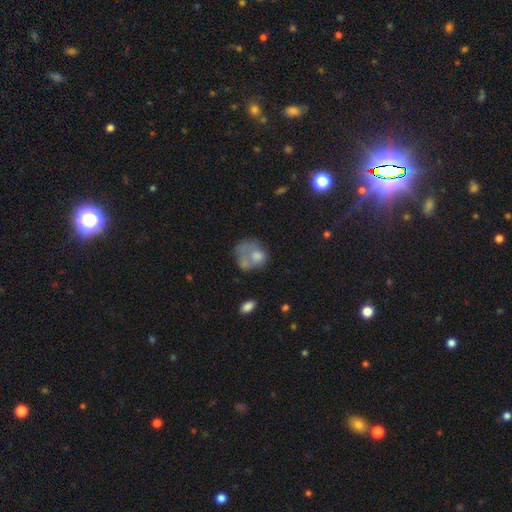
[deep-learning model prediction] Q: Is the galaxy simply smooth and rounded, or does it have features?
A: smooth — 52%.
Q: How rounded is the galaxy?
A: round — 60%.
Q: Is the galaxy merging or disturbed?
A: none — 32%.